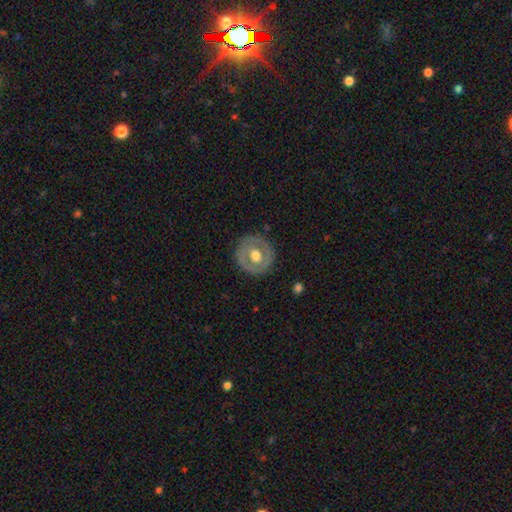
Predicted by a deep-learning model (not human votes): Smooth or featured? Predicted: featured or disk (p=0.54). Edge-on disk? Predicted: no (p=0.95). Bar? Predicted: no (p=0.76). Spiral arms? Predicted: no (p=0.82). Bulge size? Predicted: moderate (p=0.63). Merging? Predicted: none (p=0.84).